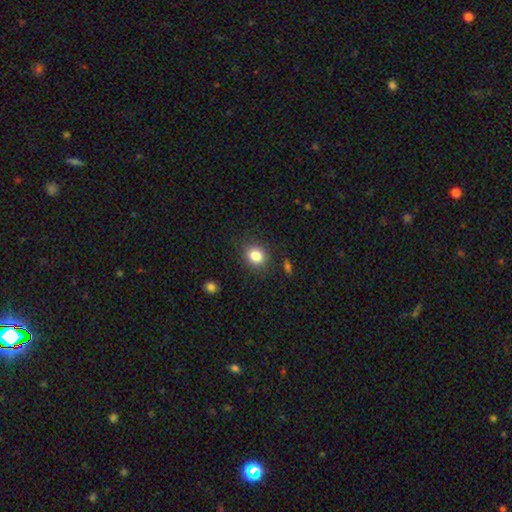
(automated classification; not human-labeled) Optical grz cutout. It shows a smooth galaxy with no disk features (84%) that is round (67%). Merging: none (86%).